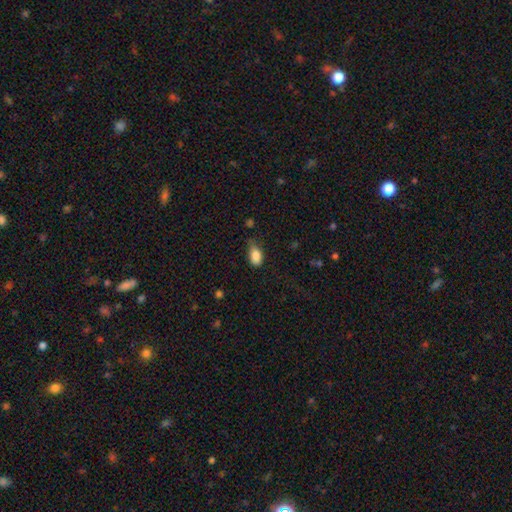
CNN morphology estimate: type=smooth (86%); roundness=in between (89%); merging=none (44%).